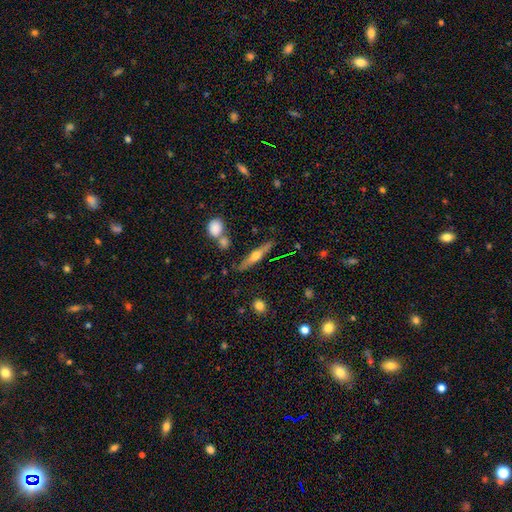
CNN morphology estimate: smooth-or-featured: featured or disk: 57% | smooth: 36% | star or artifact: 7%
  disk-edge-on: yes: 93% | no: 7%
    edge-on-bulge: rounded: 90% | none: 6% | boxy: 4%
  merging: none: 81% | minor disturbance: 11% | merger: 6% | major disturbance: 3%